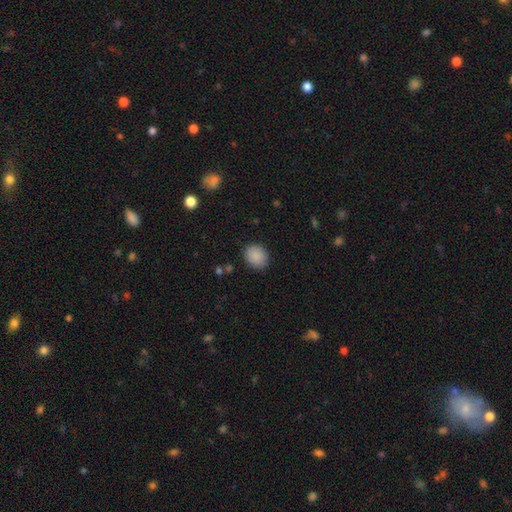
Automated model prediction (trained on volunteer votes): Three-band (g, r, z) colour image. It shows a smooth galaxy with no disk features (89%) that is round (65%). Merging: none (87%).